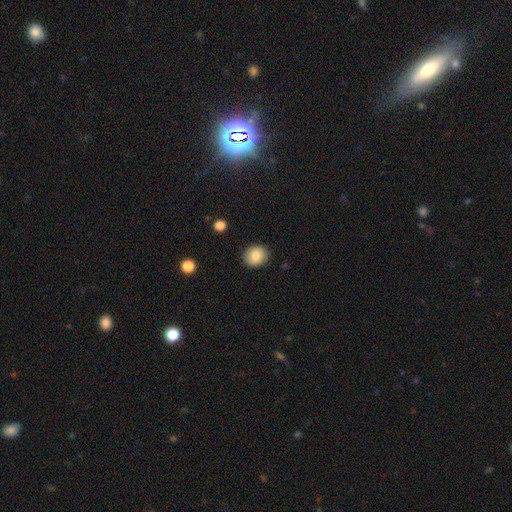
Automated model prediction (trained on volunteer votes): smooth_or_featured: smooth (p=0.84) [alt: star or artifact p=0.08]
how_rounded: round (p=0.74) [alt: in between p=0.25]
merging: none (p=0.88) [alt: minor disturbance p=0.08]